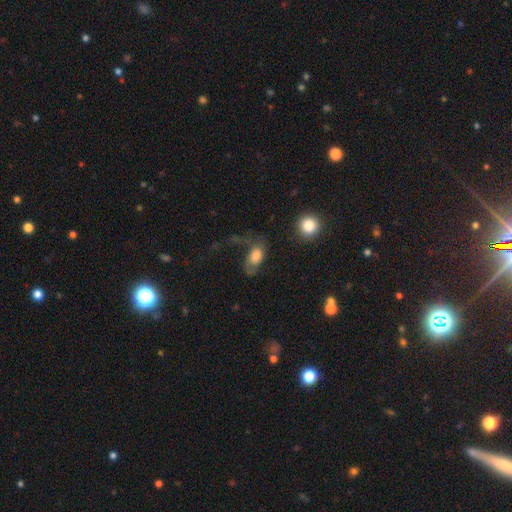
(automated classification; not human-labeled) A smooth galaxy with no disk features (62%) that is in between round and cigar-shaped (84%).

Vote fractions:
- Smooth or featured? smooth: 62% / featured or disk: 28% / star or artifact: 10%
- How rounded? in between: 84% / round: 12% / cigar-shaped: 4%
- Merging? major disturbance: 44% / none: 30% / minor disturbance: 20% / merger: 6%